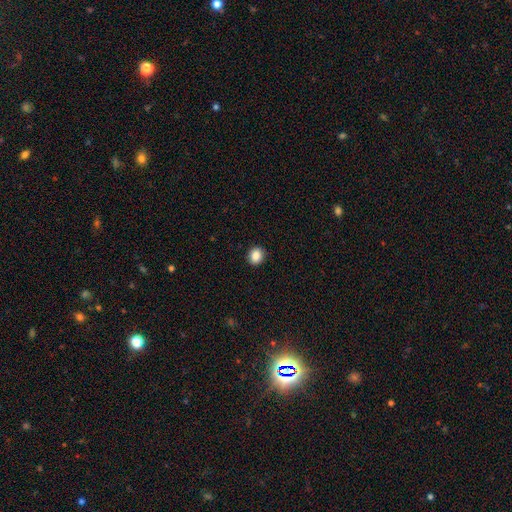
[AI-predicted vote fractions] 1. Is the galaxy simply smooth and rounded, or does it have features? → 87% smooth, 9% star or artifact, 4% featured or disk.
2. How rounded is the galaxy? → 66% round, 33% in between, 1% cigar-shaped.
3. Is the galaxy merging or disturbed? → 91% none, 6% minor disturbance, 2% major disturbance, 1% merger.